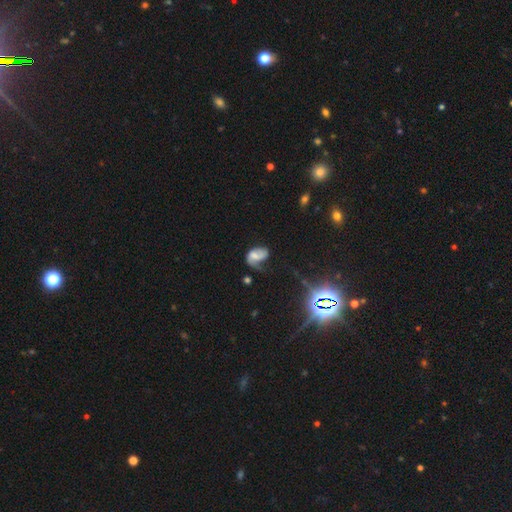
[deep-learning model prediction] A featured or disk galaxy (54%) with no bar (58%), spiral arms (78%) and no central bulge (34%). Merging: major disturbance (36%).